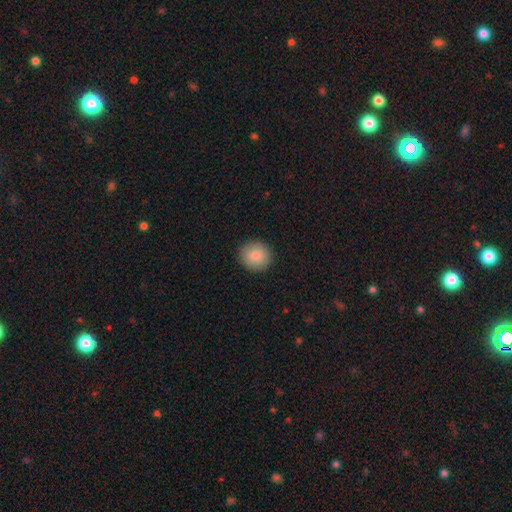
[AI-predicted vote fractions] smooth 86%, star or artifact 8%, featured or disk 6%. Down the decision tree: how rounded — round (88%); merging — none (91%).